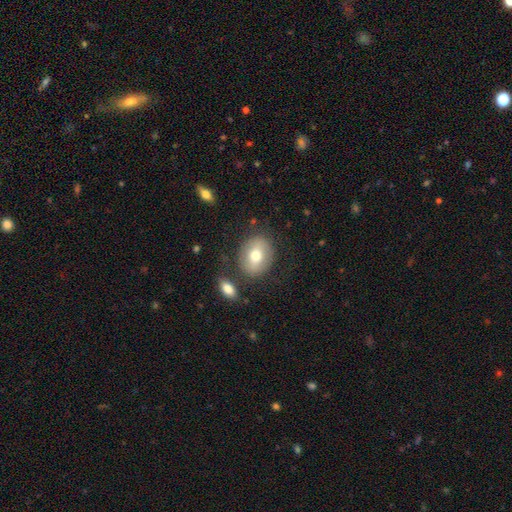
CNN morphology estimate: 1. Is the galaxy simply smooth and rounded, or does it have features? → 63% smooth, 29% featured or disk, 7% star or artifact.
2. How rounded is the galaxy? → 52% round, 47% in between, 1% cigar-shaped.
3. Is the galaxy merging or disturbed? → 78% none, 12% minor disturbance, 6% merger, 5% major disturbance.